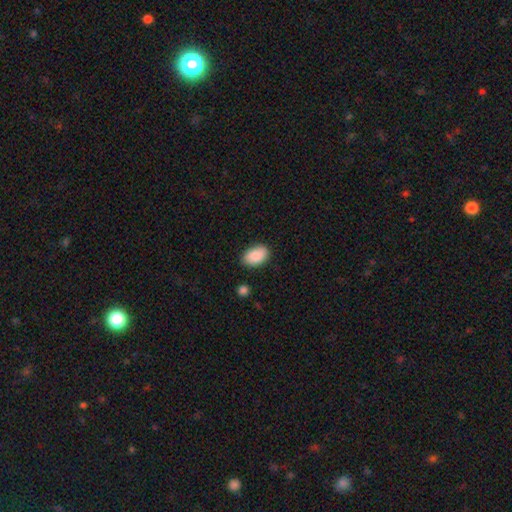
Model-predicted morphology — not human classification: The model was most divided on "merging": none: 83%, minor disturbance: 13%, major disturbance: 2%, merger: 2%. More confident: how rounded — in between (91%); smooth or featured — smooth (88%).